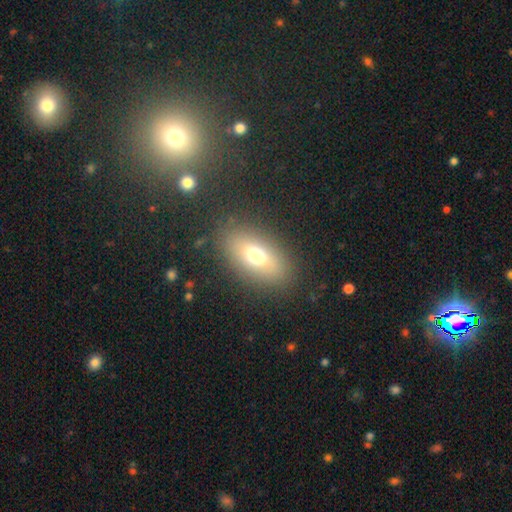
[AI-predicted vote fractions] Smooth or featured? smooth (69%)
How rounded? in between (85%)
Merging? none (83%)